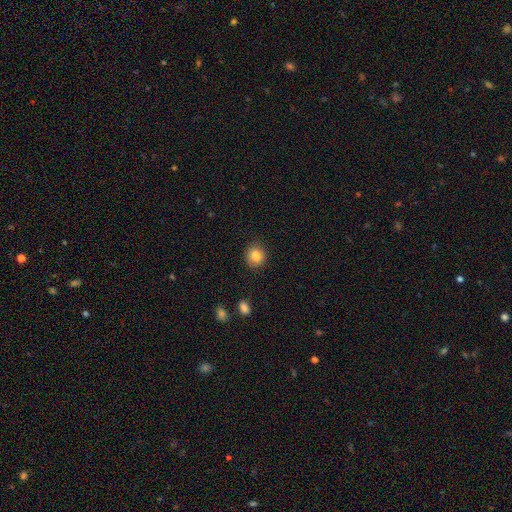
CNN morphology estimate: smooth-or-featured: smooth: 84% | star or artifact: 10% | featured or disk: 6%
  how-rounded: round: 84% | in between: 15% | cigar-shaped: 1%
  merging: none: 90% | minor disturbance: 7% | major disturbance: 2% | merger: 1%